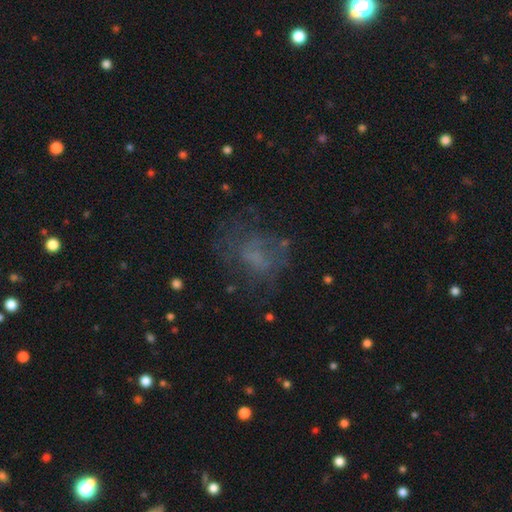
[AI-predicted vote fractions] smooth-or-featured: smooth: 43% | featured or disk: 35% | star or artifact: 22%
  merging: none: 54% | major disturbance: 24% | minor disturbance: 20% | merger: 2%